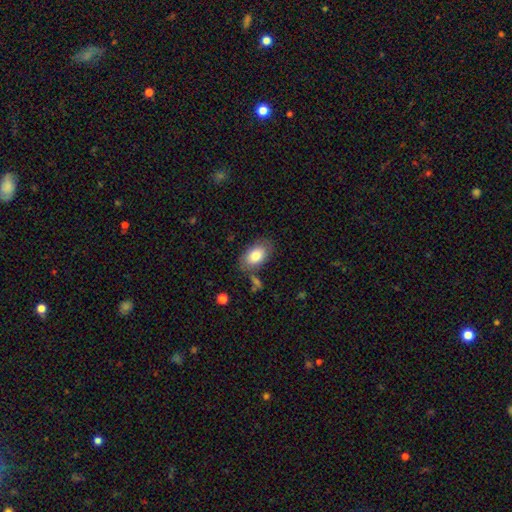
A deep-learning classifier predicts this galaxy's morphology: smooth_or_featured: smooth (p=0.78) [alt: featured or disk p=0.15]
how_rounded: in between (p=0.91) [alt: round p=0.07]
merging: none (p=0.75) [alt: minor disturbance p=0.16]